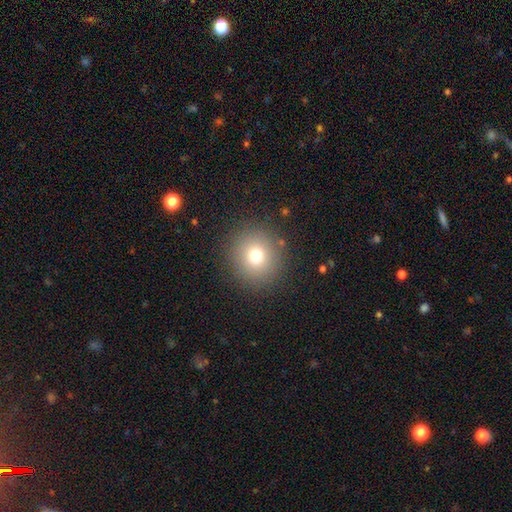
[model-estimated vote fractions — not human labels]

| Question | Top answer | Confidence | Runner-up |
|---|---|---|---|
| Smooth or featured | smooth | 74% | star or artifact (15%) |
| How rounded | round | 93% | in between (6%) |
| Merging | none | 88% | minor disturbance (7%) |